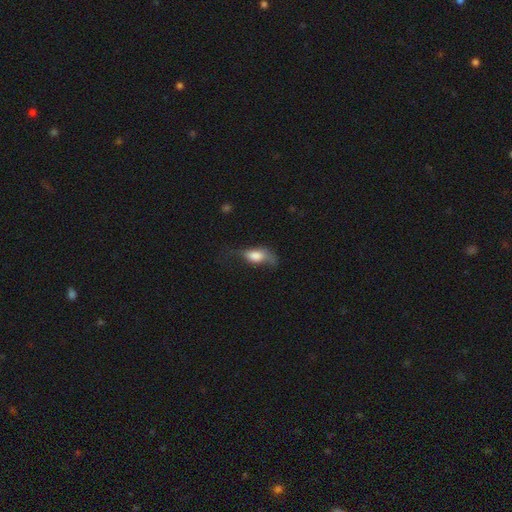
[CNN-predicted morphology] Smooth or featured? smooth (69%)
How rounded? in between (81%)
Merging? major disturbance (38%)